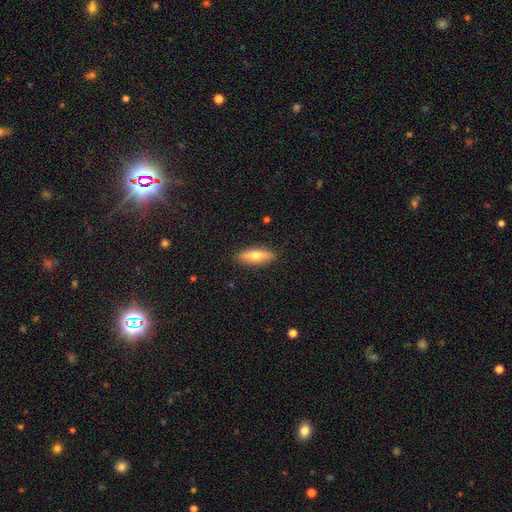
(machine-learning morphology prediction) Smooth or featured? Predicted: smooth (p=0.59). How rounded? Predicted: in between (p=0.50). Merging? Predicted: none (p=0.88).